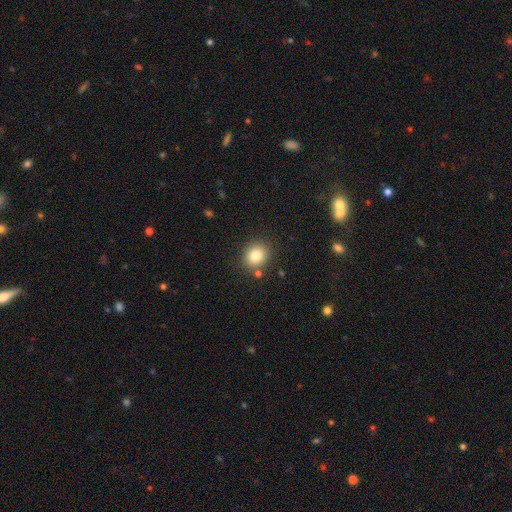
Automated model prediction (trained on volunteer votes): Smooth or featured?
  - smooth: 81% *
  - star or artifact: 11%
  - featured or disk: 8%
How rounded?
  - round: 77% *
  - in between: 22%
  - cigar-shaped: 1%
Merging?
  - none: 82% *
  - minor disturbance: 9%
  - merger: 6%
  - major disturbance: 3%